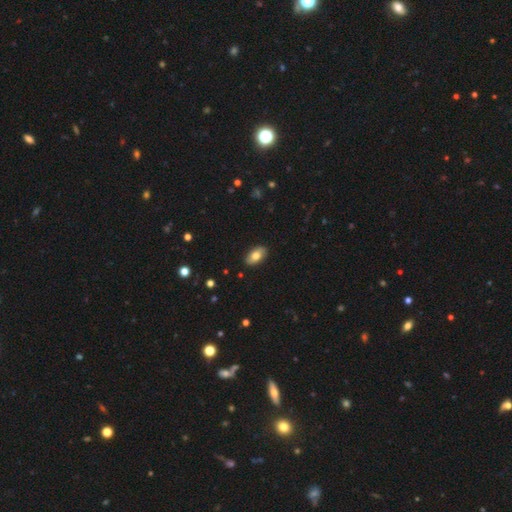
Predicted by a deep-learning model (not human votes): Smooth or featured? Predicted: smooth (p=0.77). How rounded? Predicted: in between (p=0.93). Merging? Predicted: none (p=0.88).